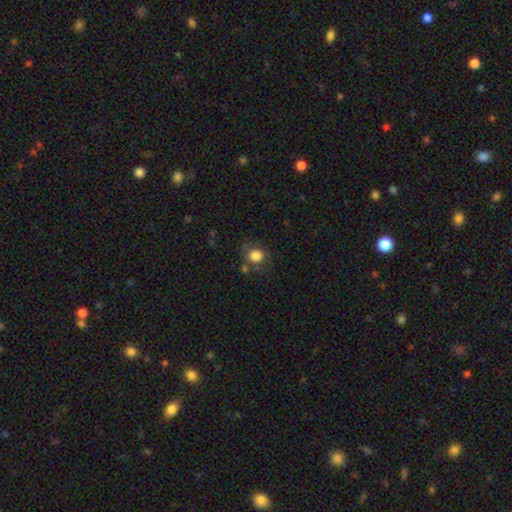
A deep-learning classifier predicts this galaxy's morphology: Q: Smooth or featured?
A: smooth (79%); runner-up: featured or disk (11%)
Q: How rounded?
A: round (73%); runner-up: in between (26%)
Q: Merging?
A: none (63%); runner-up: minor disturbance (20%)